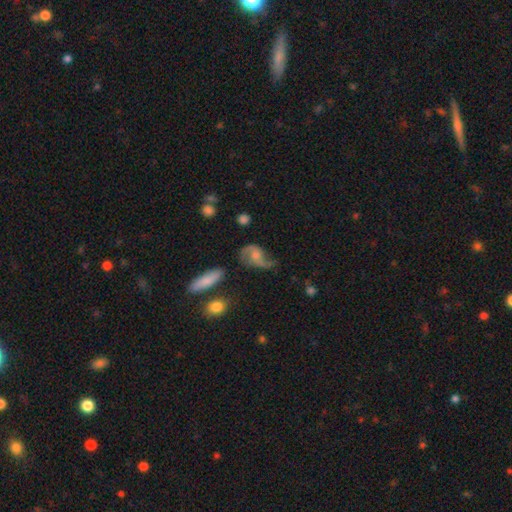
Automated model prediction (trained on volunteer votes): The model was most divided on "bulge size": moderate: 40%, small: 35%, none: 16%, large: 7%, dominant: 2%. Remaining: edge-on disk — no (96%); spiral arms — yes (89%); spiral arm count — 2 (83%); smooth or featured — featured or disk (71%); spiral winding — loose (70%); bar — no (63%); merging — none (43%).